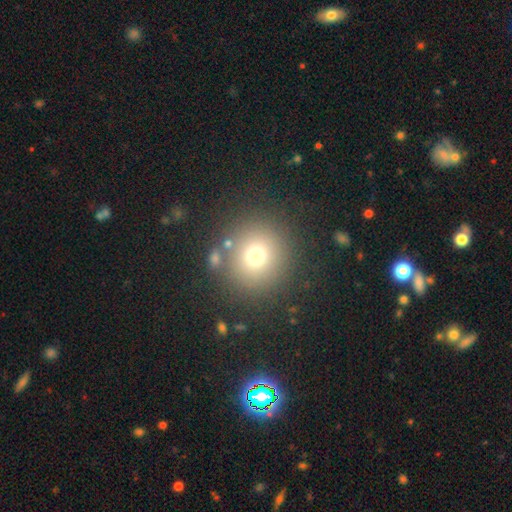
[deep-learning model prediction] Morphology: type=smooth (72%); roundness=round (92%); merging=none (82%).